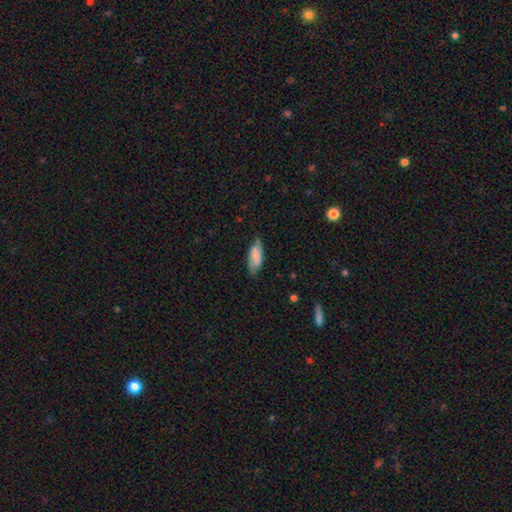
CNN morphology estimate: Smooth or featured?
  - smooth: 74% *
  - featured or disk: 19%
  - star or artifact: 7%
How rounded?
  - in between: 76% *
  - cigar-shaped: 23%
  - round: 2%
Merging?
  - none: 62% *
  - minor disturbance: 30%
  - major disturbance: 6%
  - merger: 2%